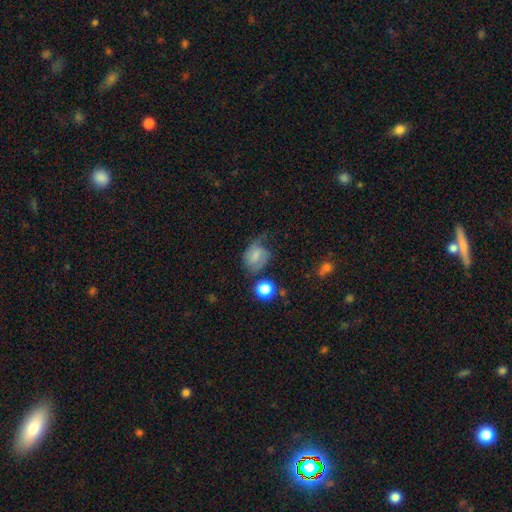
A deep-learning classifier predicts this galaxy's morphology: Smooth or featured: smooth — 58% (featured or disk — 31%)
How rounded: in between — 51% (round — 48%)
Merging: none — 39% (minor disturbance — 31%)